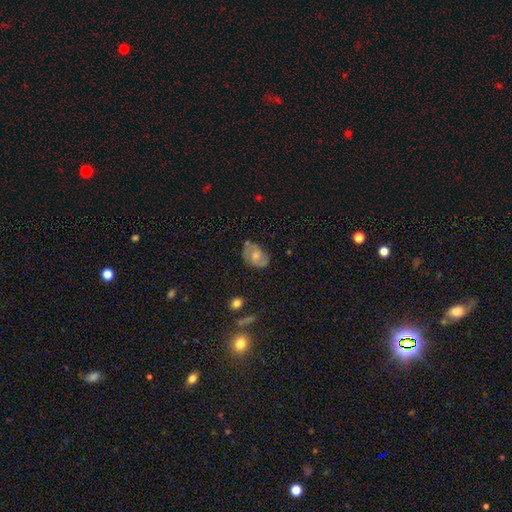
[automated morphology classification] A smooth galaxy with no disk features (47%). Merging: none (66%).